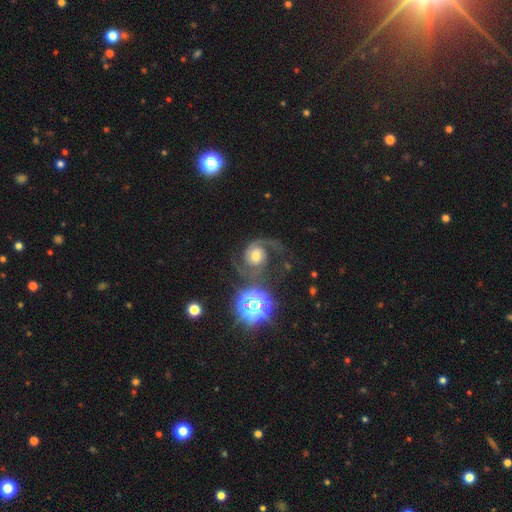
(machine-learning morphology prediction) The model was most divided on "spiral winding": medium: 45%, loose: 38%, tight: 17%. Remaining: edge-on disk — no (98%); spiral arms — yes (96%); smooth or featured — featured or disk (79%); spiral arm count — 2 (76%); bar — no (70%); merging — none (52%); bulge size — moderate (49%).